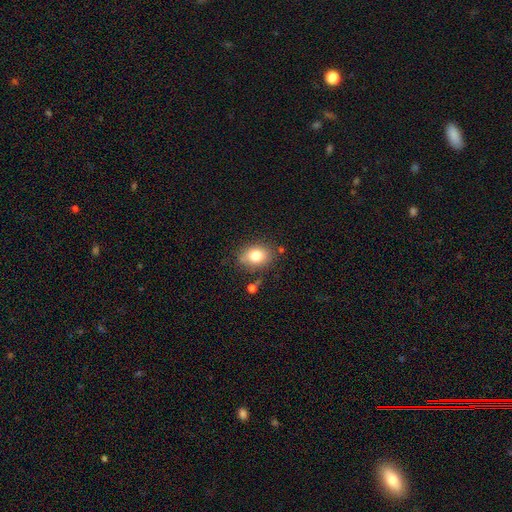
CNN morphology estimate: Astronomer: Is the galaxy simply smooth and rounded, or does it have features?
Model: smooth — 79%.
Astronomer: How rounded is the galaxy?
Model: in between — 64%.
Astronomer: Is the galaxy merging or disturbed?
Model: none — 76%.